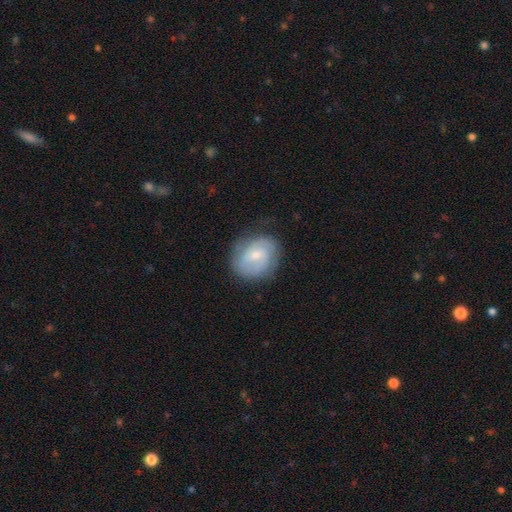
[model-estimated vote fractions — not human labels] smooth-or-featured: featured or disk: 51% | smooth: 42% | star or artifact: 7%
  disk-edge-on: no: 97% | yes: 3%
  merging: none: 71% | minor disturbance: 20% | major disturbance: 8% | merger: 1%